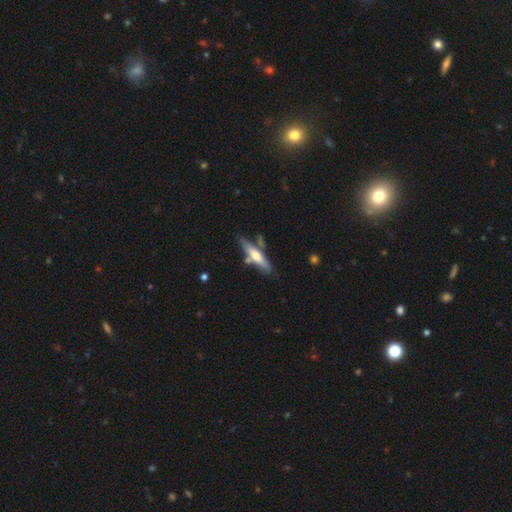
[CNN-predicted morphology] Smooth or featured? smooth (50%)
Merging? none (68%)